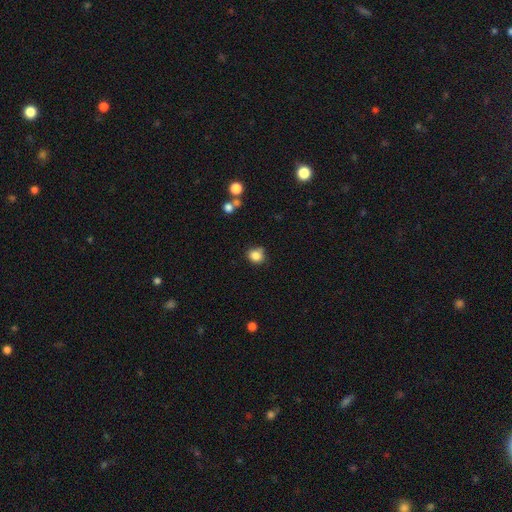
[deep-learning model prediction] smooth 83%, star or artifact 11%, featured or disk 6%. Down the decision tree: how rounded — round (73%); merging — none (67%).